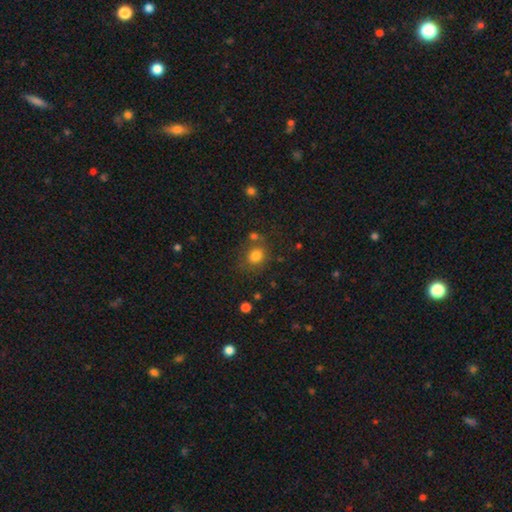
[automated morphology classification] The model was most divided on "how rounded": round: 69%, in between: 30%, cigar-shaped: 1%. More confident: smooth or featured — smooth (80%); merging — none (68%).